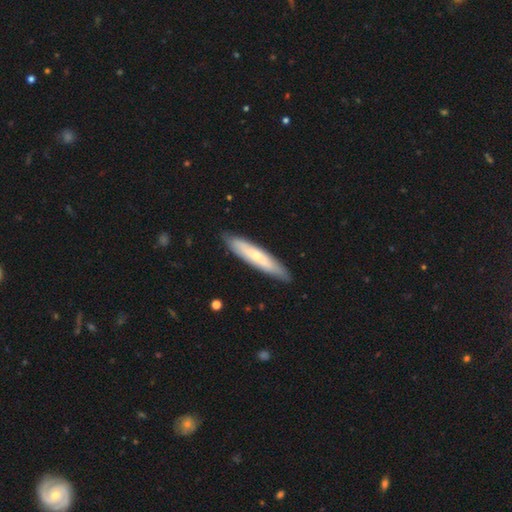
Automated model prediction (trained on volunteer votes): This is possibly a smooth galaxy (53%). How rounded: clearly cigar-shaped (87%). Merging: clearly none (87%).